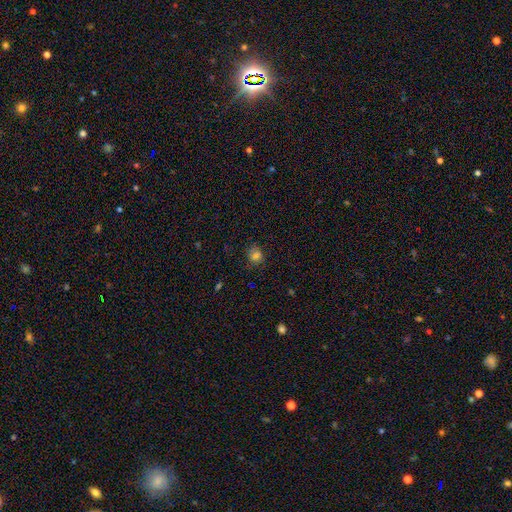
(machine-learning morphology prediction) type=smooth (76%); roundness=round (70%); merging=none (76%).